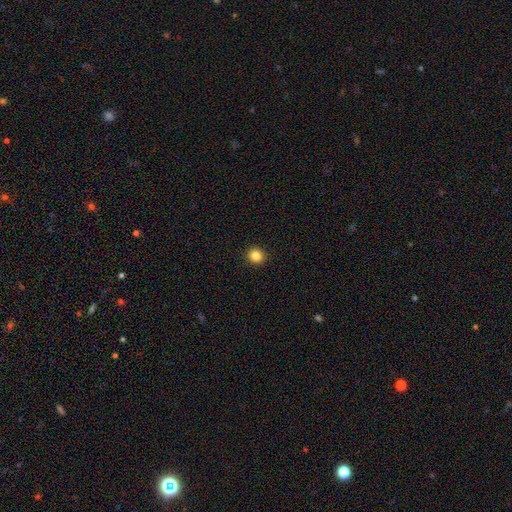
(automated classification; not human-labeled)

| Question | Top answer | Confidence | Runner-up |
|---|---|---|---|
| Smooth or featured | smooth | 84% | star or artifact (11%) |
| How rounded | round | 88% | in between (11%) |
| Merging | none | 93% | minor disturbance (5%) |